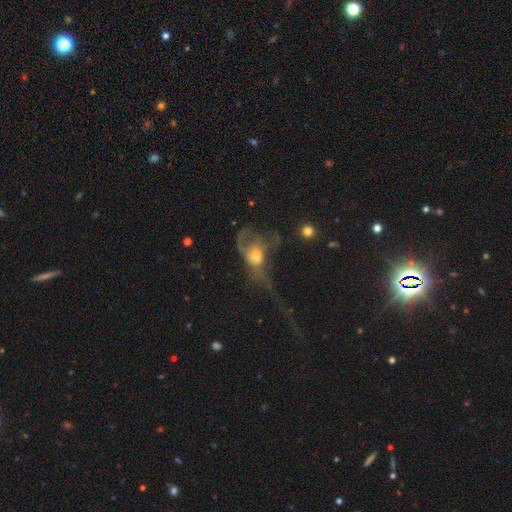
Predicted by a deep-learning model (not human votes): This is possibly a featured or disk galaxy (52%). It is clearly not viewed edge-on (90%). Merging: likely major disturbance (67%).